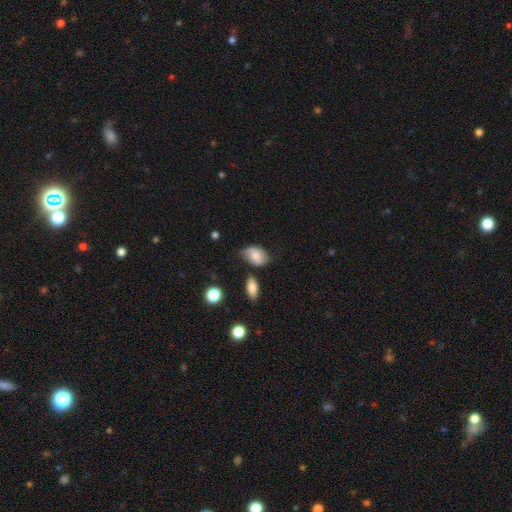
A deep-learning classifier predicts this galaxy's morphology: This appears to be a smooth galaxy with no disk features (73%) that is in between round and cigar-shaped (87%). Merging: none (64%).